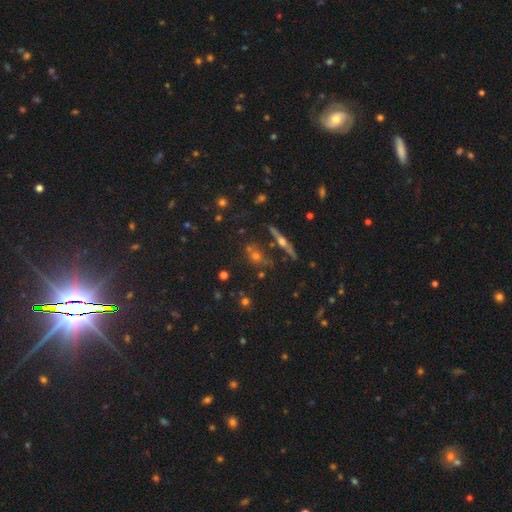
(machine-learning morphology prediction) Smooth or featured? Predicted: smooth (p=0.37). Merging? Predicted: none (p=0.67).